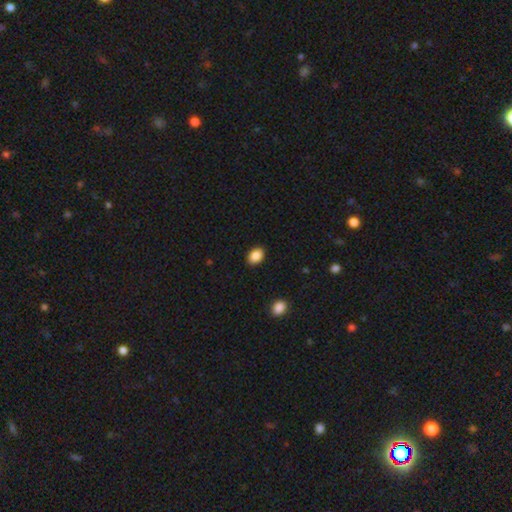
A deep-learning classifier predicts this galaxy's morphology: This appears to be a smooth galaxy with no disk features (88%) that is in between round and cigar-shaped (74%). Merging: none (90%).